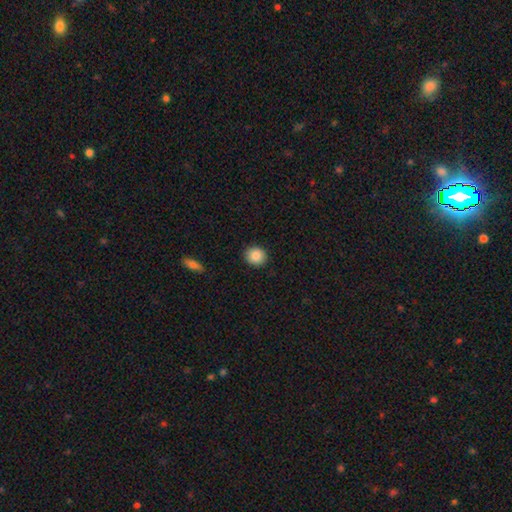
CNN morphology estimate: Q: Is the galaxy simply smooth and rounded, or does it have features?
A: smooth — 88%.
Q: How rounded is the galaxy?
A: round — 80%.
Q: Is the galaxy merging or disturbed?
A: none — 90%.